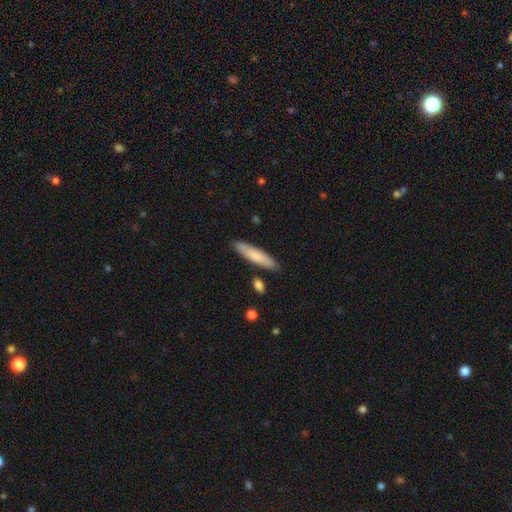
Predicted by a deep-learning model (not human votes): smooth_or_featured: smooth (p=0.77) [alt: featured or disk p=0.18]
how_rounded: cigar-shaped (p=0.85) [alt: in between p=0.13]
merging: none (p=0.86) [alt: minor disturbance p=0.09]